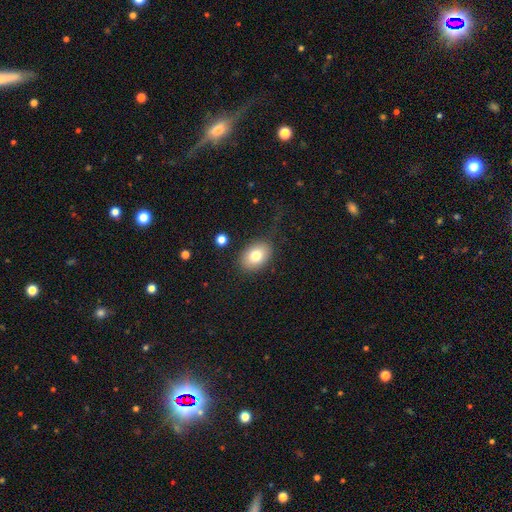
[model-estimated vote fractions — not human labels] A smooth galaxy with no disk features (79%) that is in between round and cigar-shaped (80%). Merging: none (82%).